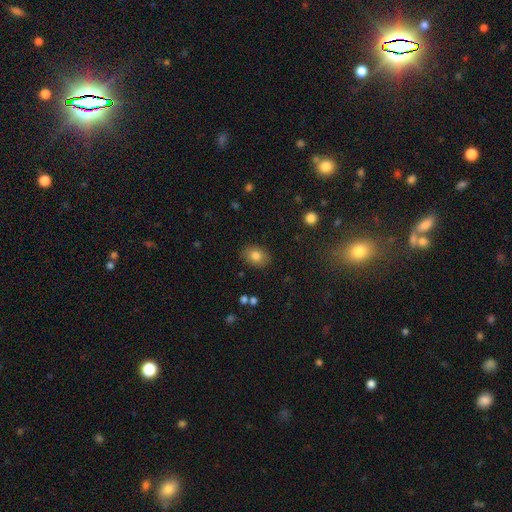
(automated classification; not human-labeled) Smooth or featured? smooth (81%)
How rounded? in between (71%)
Merging? none (86%)